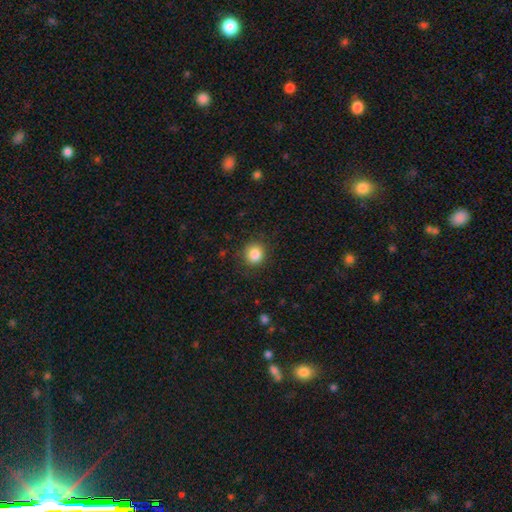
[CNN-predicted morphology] Smooth or featured?
  - smooth: 86% *
  - star or artifact: 10%
  - featured or disk: 4%
How rounded?
  - round: 87% *
  - in between: 12%
  - cigar-shaped: 1%
Merging?
  - none: 86% *
  - minor disturbance: 9%
  - major disturbance: 3%
  - merger: 1%